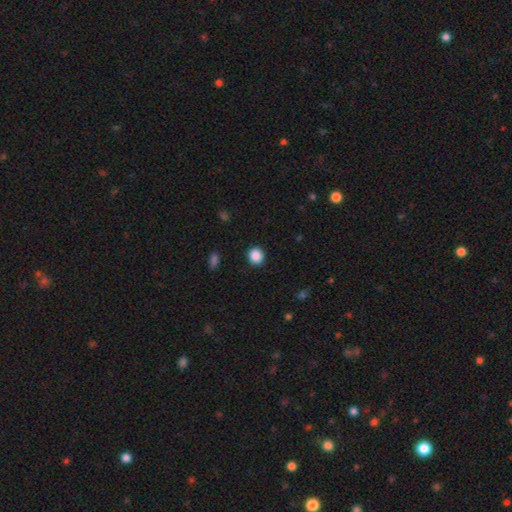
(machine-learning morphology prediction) The model was most divided on "how rounded": round: 86%, in between: 13%, cigar-shaped: 1%. More confident: merging — none (91%); smooth or featured — smooth (89%).